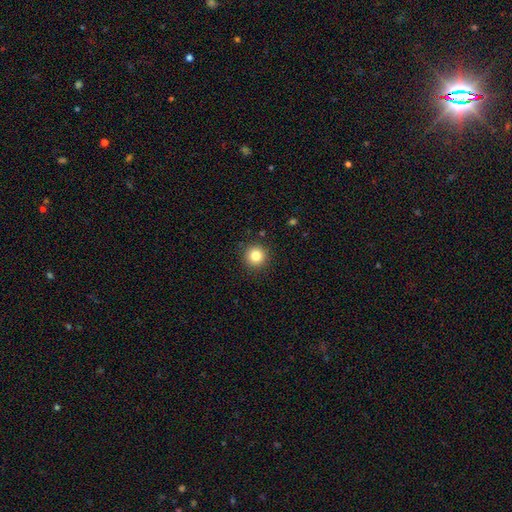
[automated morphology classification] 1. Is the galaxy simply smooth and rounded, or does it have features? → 83% smooth, 11% star or artifact, 6% featured or disk.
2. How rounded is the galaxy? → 95% round, 4% in between, 1% cigar-shaped.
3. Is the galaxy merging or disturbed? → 91% none, 6% minor disturbance, 2% major disturbance, 1% merger.